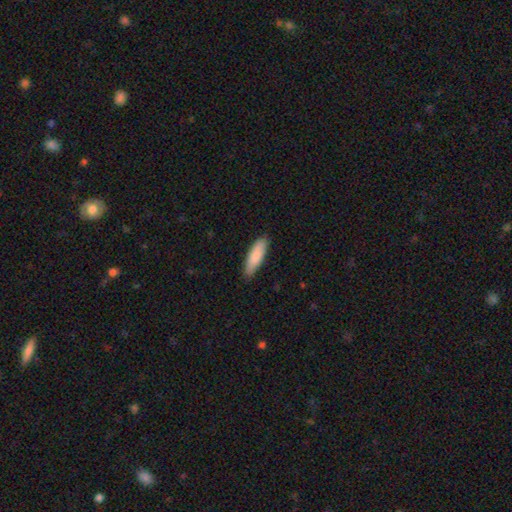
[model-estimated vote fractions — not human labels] Smooth or featured? smooth (87%)
How rounded? cigar-shaped (57%)
Merging? none (84%)